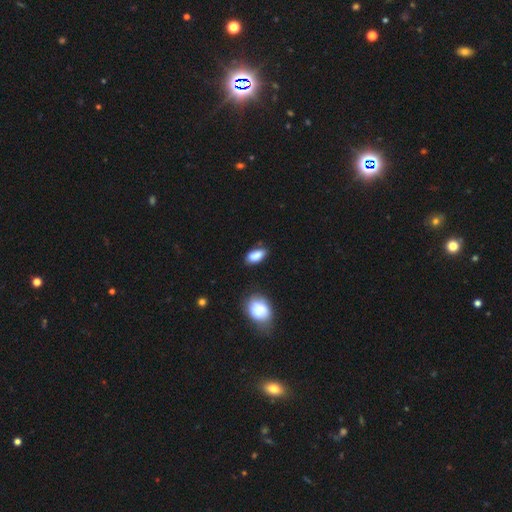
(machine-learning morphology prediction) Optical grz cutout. It shows a smooth galaxy with no disk features (87%) that is in between round and cigar-shaped (89%). Merging: none (75%).